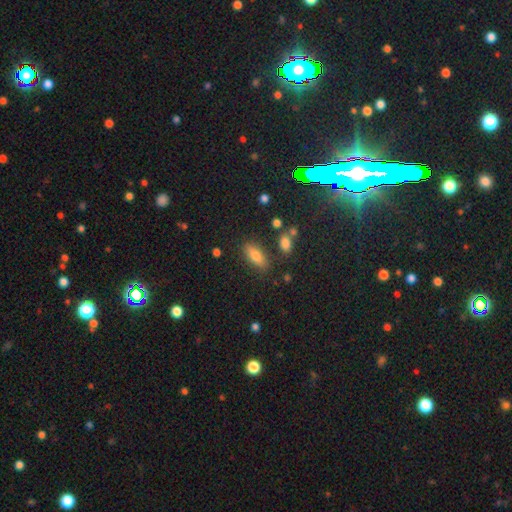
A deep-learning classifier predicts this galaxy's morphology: Overall: smooth (77%). How rounded: in between (77%). Merging: none (81%).